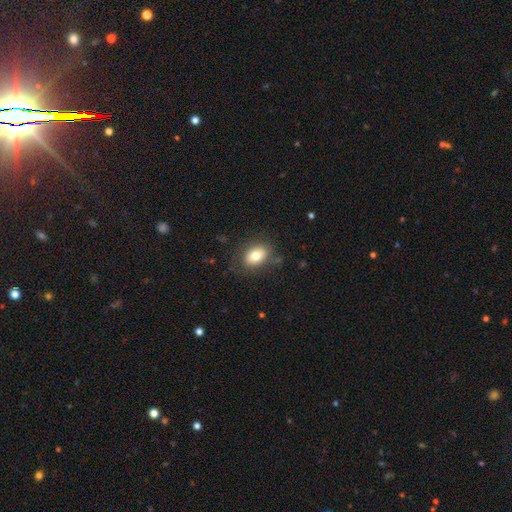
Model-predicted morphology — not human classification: The model was most divided on "how rounded": in between: 77%, round: 22%, cigar-shaped: 1%. More confident: merging — none (79%); smooth or featured — smooth (78%).